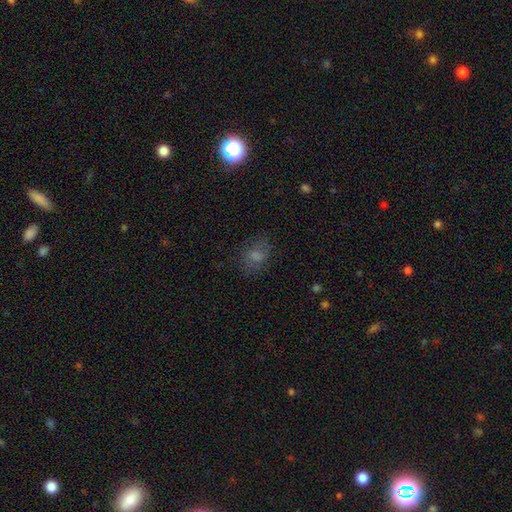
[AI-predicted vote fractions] The model was most divided on "how rounded": in between: 54%, round: 44%, cigar-shaped: 2%. More confident: merging — none (75%); smooth or featured — smooth (54%).